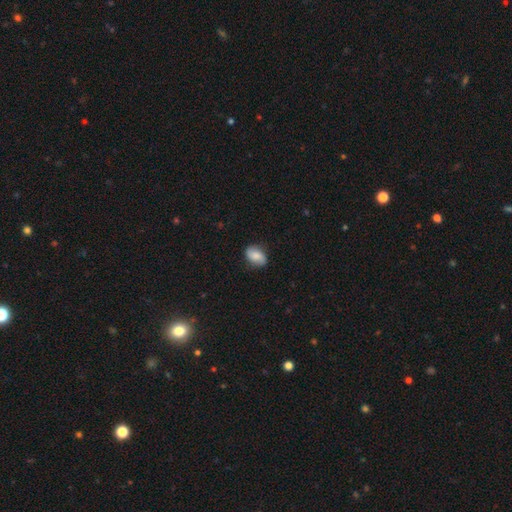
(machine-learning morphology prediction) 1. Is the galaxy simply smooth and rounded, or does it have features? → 70% smooth, 22% featured or disk, 8% star or artifact.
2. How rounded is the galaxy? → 83% in between, 16% round, 2% cigar-shaped.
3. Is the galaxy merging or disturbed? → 79% none, 16% minor disturbance, 4% major disturbance, 1% merger.